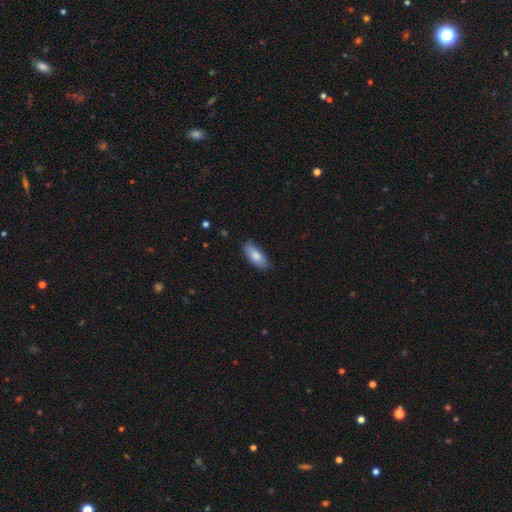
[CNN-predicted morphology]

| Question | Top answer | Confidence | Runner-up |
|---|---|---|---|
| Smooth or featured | smooth | 82% | featured or disk (12%) |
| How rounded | in between | 80% | cigar-shaped (18%) |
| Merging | none | 84% | minor disturbance (13%) |